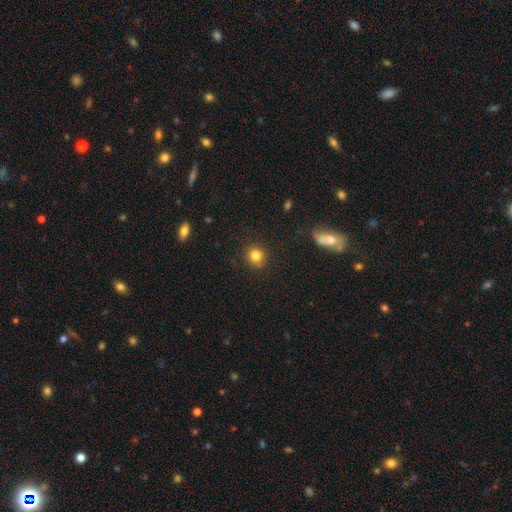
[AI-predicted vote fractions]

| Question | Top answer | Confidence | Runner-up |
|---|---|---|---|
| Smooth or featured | smooth | 83% | star or artifact (12%) |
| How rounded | round | 86% | in between (13%) |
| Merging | none | 86% | minor disturbance (10%) |